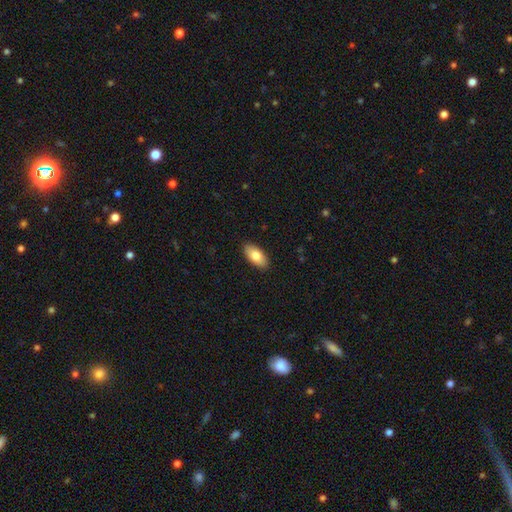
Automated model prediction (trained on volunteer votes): The model was most divided on "smooth or featured": smooth: 80%, featured or disk: 14%, star or artifact: 6%. More confident: how rounded — in between (93%); merging — none (89%).